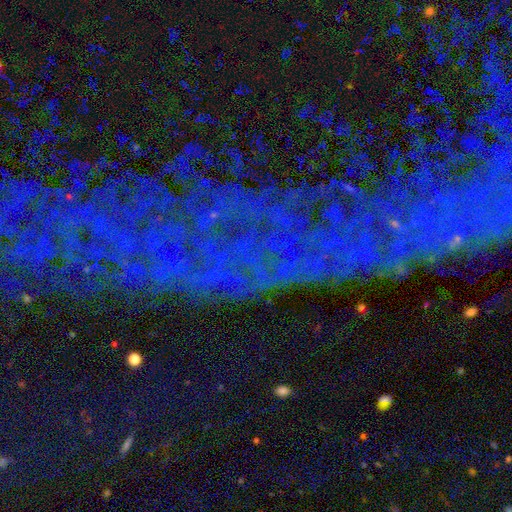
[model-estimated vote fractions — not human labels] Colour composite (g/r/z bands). It shows a star or artifact, not a galaxy (79%).